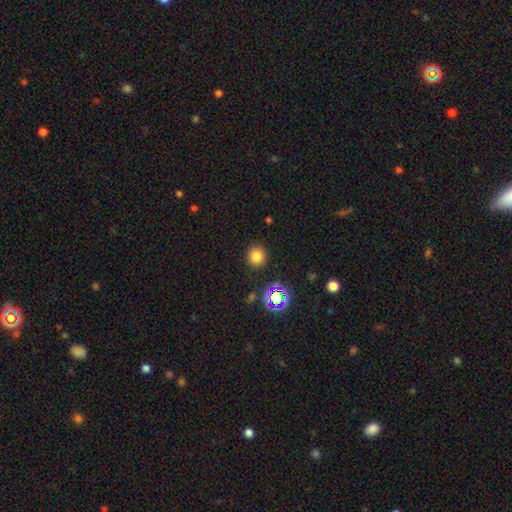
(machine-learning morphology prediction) This appears to be a smooth galaxy with no disk features (77%) that is round (88%). Merging: none (89%).